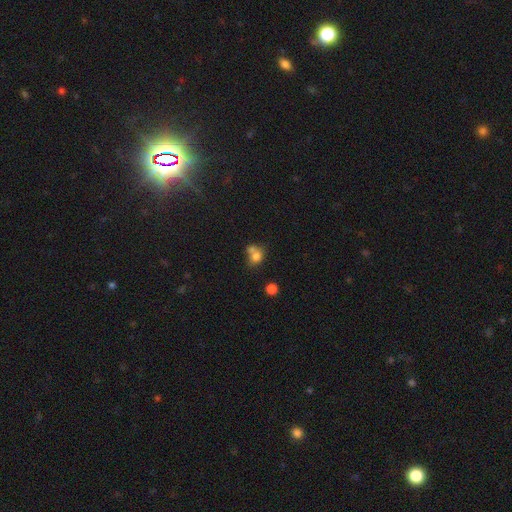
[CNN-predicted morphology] Smooth or featured: smooth — 74% (featured or disk — 14%)
How rounded: round — 61% (in between — 38%)
Merging: merger — 47% (none — 31%)